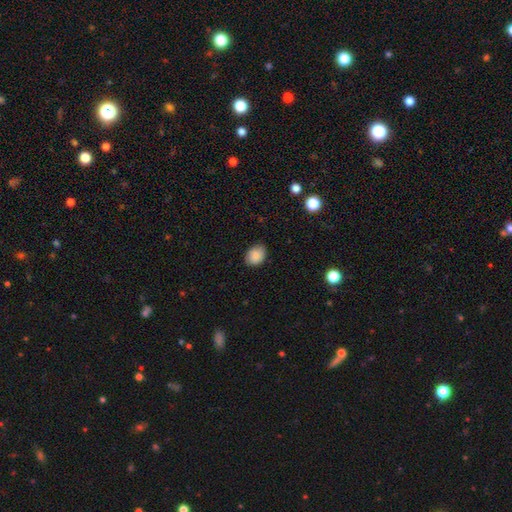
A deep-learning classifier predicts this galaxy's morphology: Smooth or featured?
  - smooth: 86% *
  - star or artifact: 8%
  - featured or disk: 6%
How rounded?
  - in between: 60% *
  - round: 39%
  - cigar-shaped: 1%
Merging?
  - none: 81% *
  - minor disturbance: 16%
  - major disturbance: 3%
  - merger: 1%